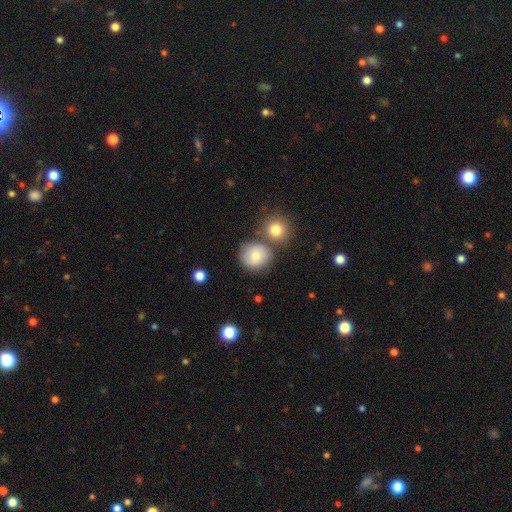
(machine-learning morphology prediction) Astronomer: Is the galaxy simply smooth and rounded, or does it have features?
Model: smooth — 78%.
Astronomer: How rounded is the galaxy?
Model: round — 87%.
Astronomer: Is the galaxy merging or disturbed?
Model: none — 67%.